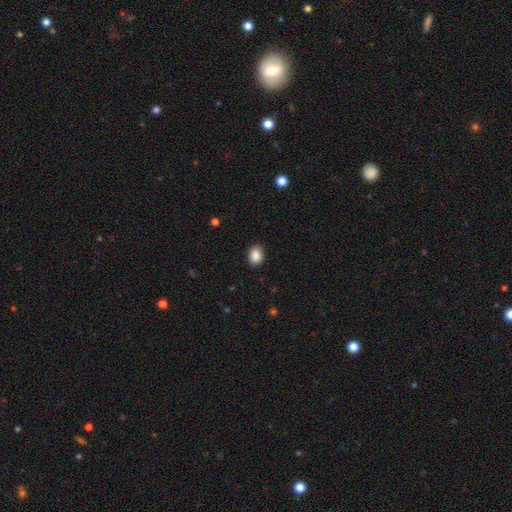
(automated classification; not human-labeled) Smooth or featured? Predicted: smooth (p=0.89). How rounded? Predicted: in between (p=0.68). Merging? Predicted: none (p=0.87).